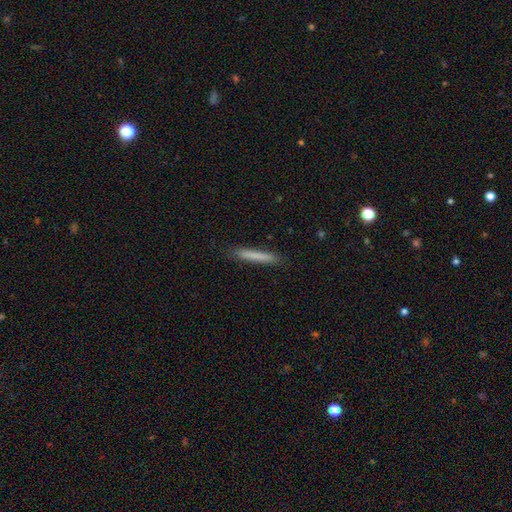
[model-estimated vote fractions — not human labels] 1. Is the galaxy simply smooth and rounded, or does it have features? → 77% smooth, 17% featured or disk, 6% star or artifact.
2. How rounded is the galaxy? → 96% cigar-shaped, 3% in between, 1% round.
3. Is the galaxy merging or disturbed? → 88% none, 9% minor disturbance, 2% major disturbance, 1% merger.